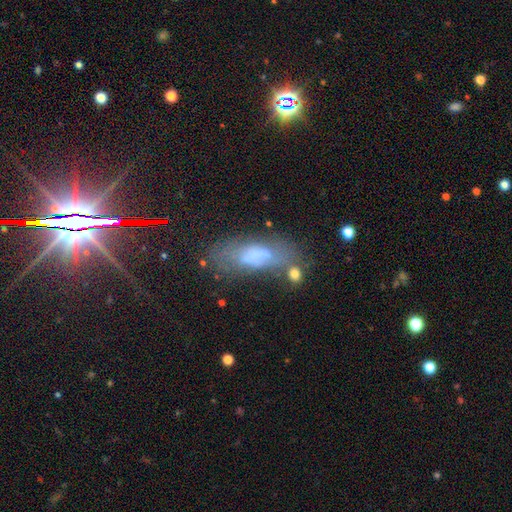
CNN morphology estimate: smooth-or-featured: smooth: 55% | featured or disk: 31% | star or artifact: 14%
  how-rounded: in between: 66% | cigar-shaped: 30% | round: 4%
  merging: none: 47% | minor disturbance: 25% | major disturbance: 17% | merger: 11%